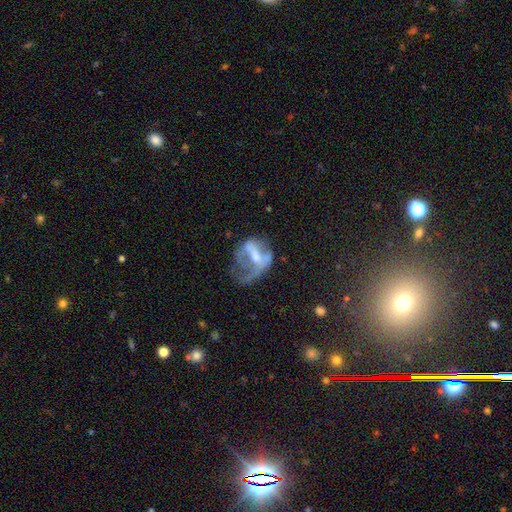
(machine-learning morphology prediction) type=featured or disk (58%); edge-on=no (96%); bar=no (48%); spiral arms=no (63%); bulge=moderate (44%); merging=major disturbance (49%).